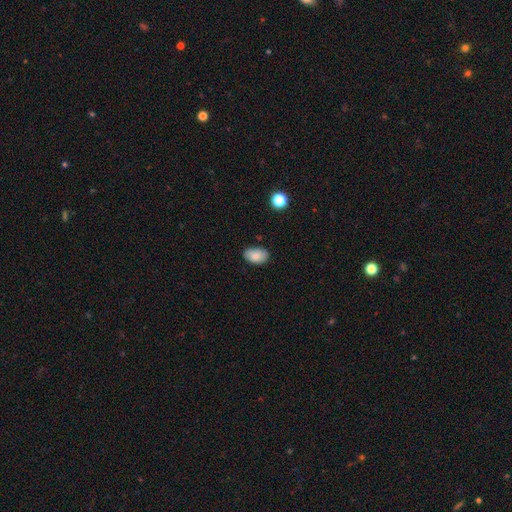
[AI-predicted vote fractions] A smooth galaxy with no disk features (83%) that is in between round and cigar-shaped (90%).

Vote fractions:
- Smooth or featured? smooth: 83% / featured or disk: 9% / star or artifact: 8%
- How rounded? in between: 90% / round: 9% / cigar-shaped: 1%
- Merging? none: 81% / minor disturbance: 15% / major disturbance: 2% / merger: 1%